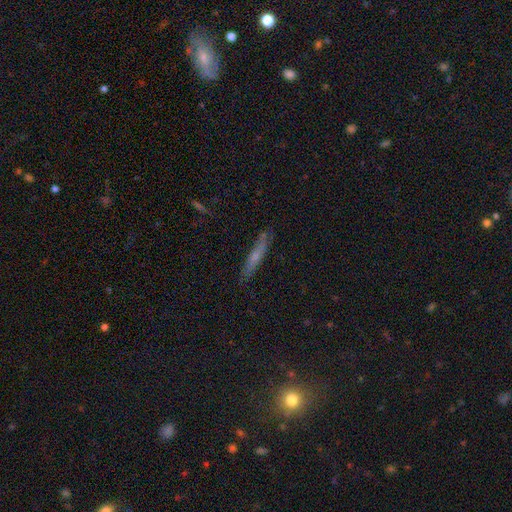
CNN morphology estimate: A smooth galaxy with no disk features (47%).

Vote fractions:
- Smooth or featured? smooth: 47% / featured or disk: 45% / star or artifact: 8%
- Merging? none: 85% / minor disturbance: 12% / major disturbance: 2% / merger: 1%